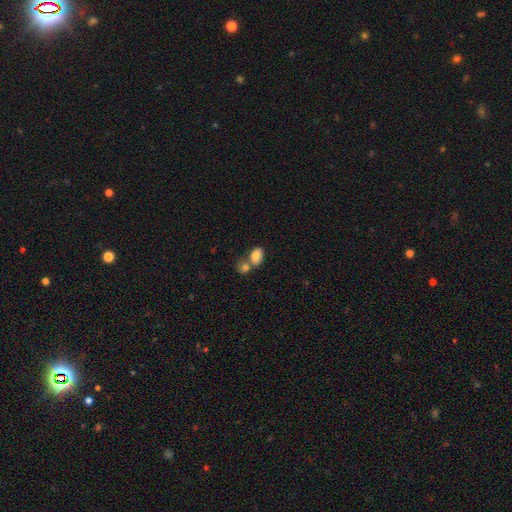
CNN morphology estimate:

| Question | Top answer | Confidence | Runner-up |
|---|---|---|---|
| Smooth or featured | smooth | 80% | featured or disk (11%) |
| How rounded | in between | 83% | round (16%) |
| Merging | merger | 49% | none (35%) |